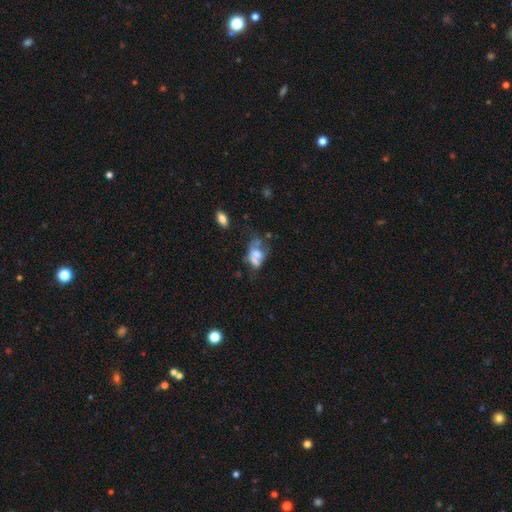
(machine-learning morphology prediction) A smooth galaxy with no disk features (49%). Merging: merger (34%).